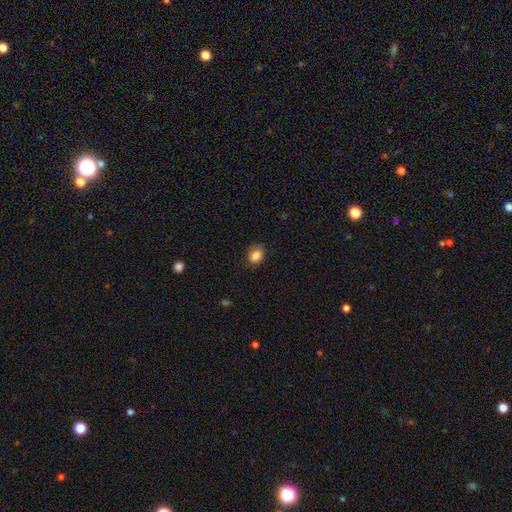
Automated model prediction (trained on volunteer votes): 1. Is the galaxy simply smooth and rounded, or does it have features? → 85% smooth, 9% star or artifact, 5% featured or disk.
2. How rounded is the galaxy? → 56% in between, 43% round, 1% cigar-shaped.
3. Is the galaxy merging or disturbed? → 70% none, 22% minor disturbance, 6% major disturbance, 1% merger.